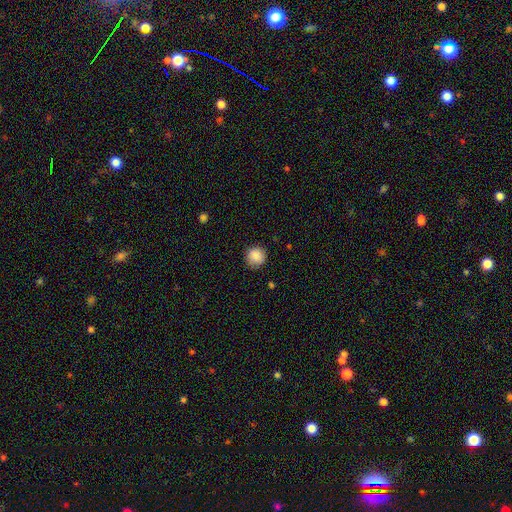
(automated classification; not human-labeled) The model was most divided on "merging": none: 84%, minor disturbance: 12%, major disturbance: 3%, merger: 1%. More confident: how rounded — round (92%); smooth or featured — smooth (87%).